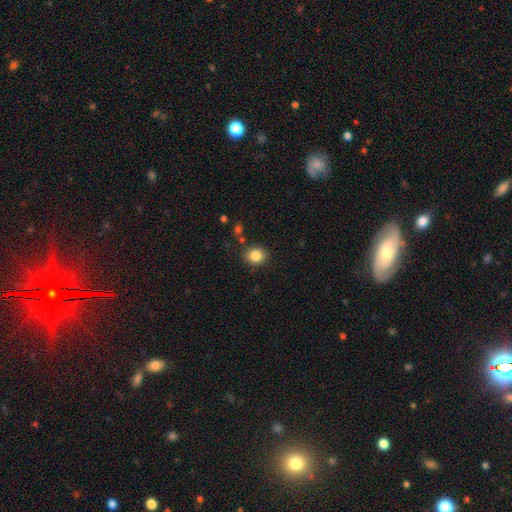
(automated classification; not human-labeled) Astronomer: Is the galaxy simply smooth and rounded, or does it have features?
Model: smooth — 85%.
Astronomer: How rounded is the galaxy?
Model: round — 75%.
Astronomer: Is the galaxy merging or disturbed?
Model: none — 87%.